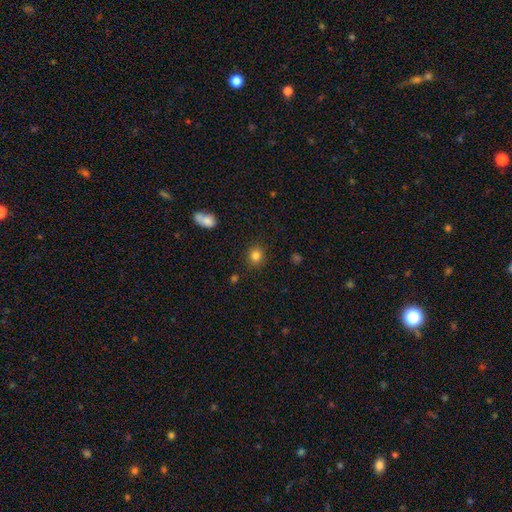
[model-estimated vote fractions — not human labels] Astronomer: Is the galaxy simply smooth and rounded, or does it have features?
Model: smooth — 83%.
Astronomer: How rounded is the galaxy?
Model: round — 79%.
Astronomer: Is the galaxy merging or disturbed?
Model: none — 88%.